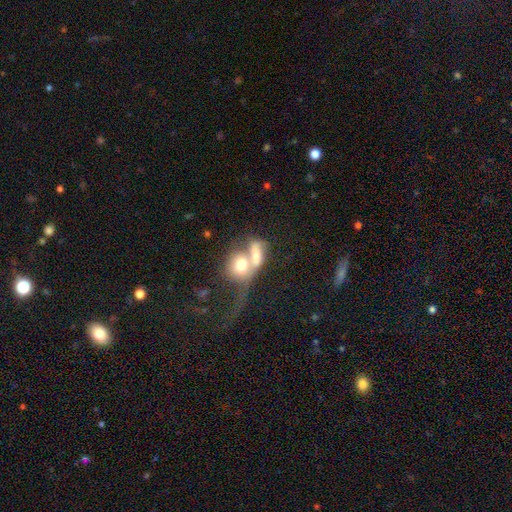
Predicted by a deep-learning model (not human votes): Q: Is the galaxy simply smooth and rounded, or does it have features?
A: smooth — 61%.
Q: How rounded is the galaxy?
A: in between — 61%.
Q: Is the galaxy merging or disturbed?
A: merger — 74%.